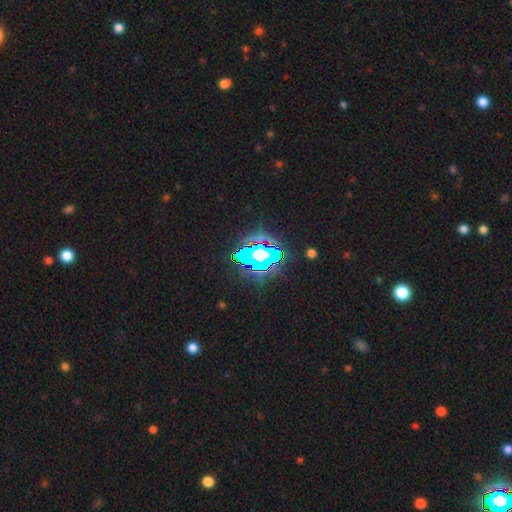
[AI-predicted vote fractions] Smooth or featured? star or artifact (67%)